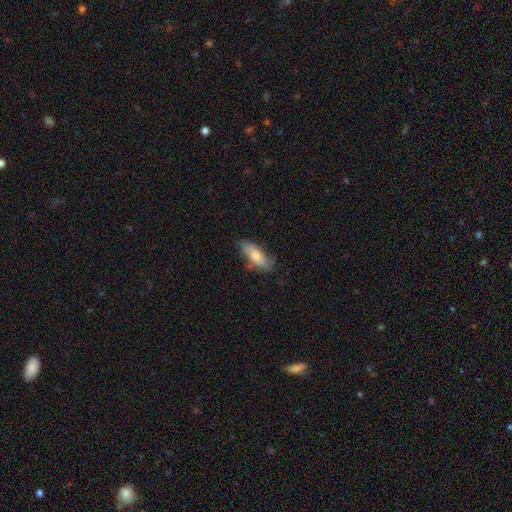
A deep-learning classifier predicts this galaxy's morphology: Smooth or featured?
  - smooth: 72% *
  - featured or disk: 22%
  - star or artifact: 6%
How rounded?
  - in between: 68% *
  - cigar-shaped: 30%
  - round: 2%
Merging?
  - none: 68% *
  - minor disturbance: 24%
  - major disturbance: 5%
  - merger: 3%